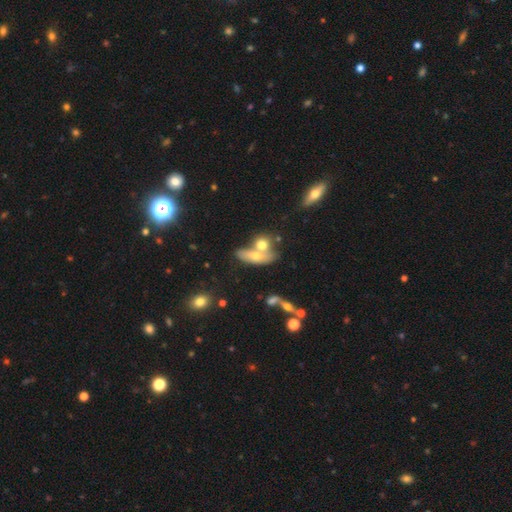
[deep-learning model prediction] Morphology: type=smooth (60%); roundness=in between (60%); merging=merger (52%).